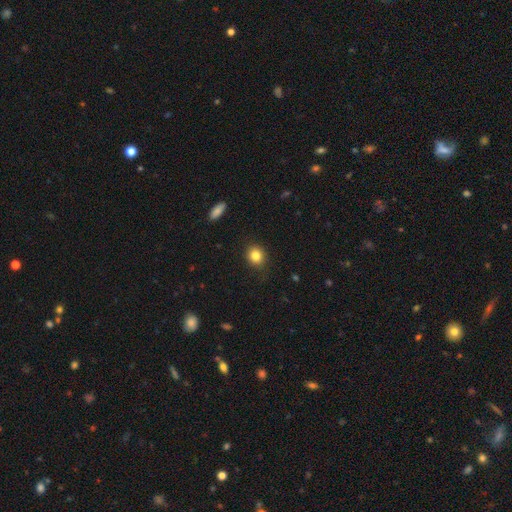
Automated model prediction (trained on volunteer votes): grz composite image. It shows a smooth galaxy with no disk features (83%) that is round (69%). Merging: none (88%).